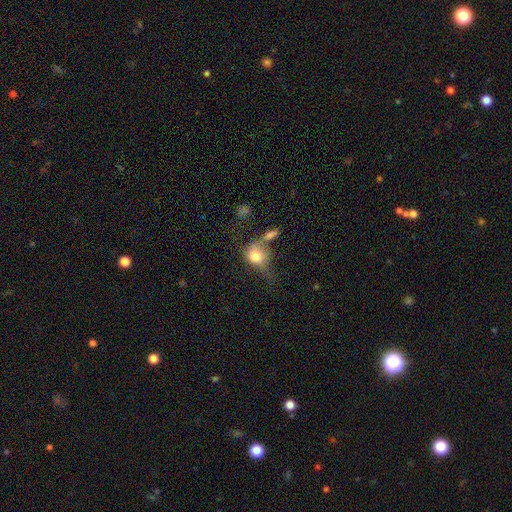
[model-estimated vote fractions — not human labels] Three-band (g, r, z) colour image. It shows a smooth galaxy with no disk features (73%) that is round (57%). Merging: merger (27%).